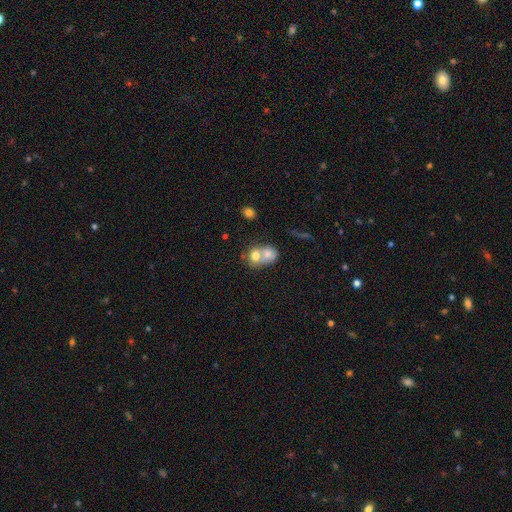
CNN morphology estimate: This is likely a smooth galaxy (72%). How rounded: likely round (63%). Merging: likely merger (72%).